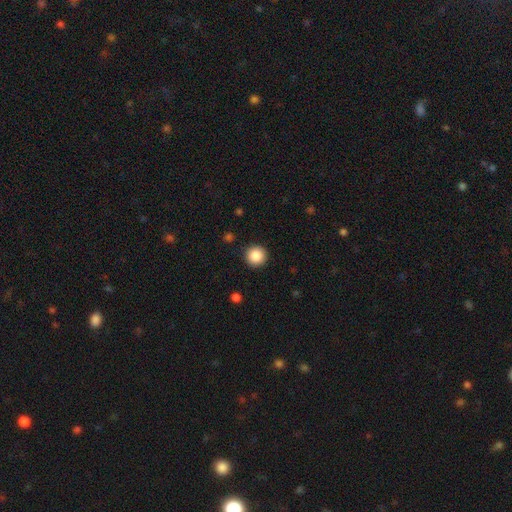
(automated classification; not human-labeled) Overall: smooth (86%). How rounded: round (96%). Merging: none (92%).